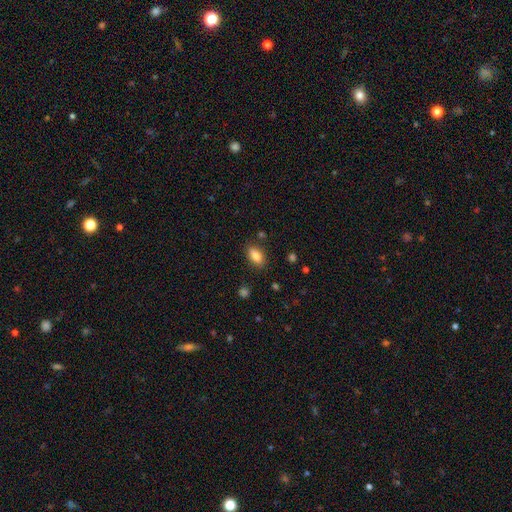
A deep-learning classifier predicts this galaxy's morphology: A smooth galaxy with no disk features (85%) that is in between round and cigar-shaped (89%). Merging: none (85%).